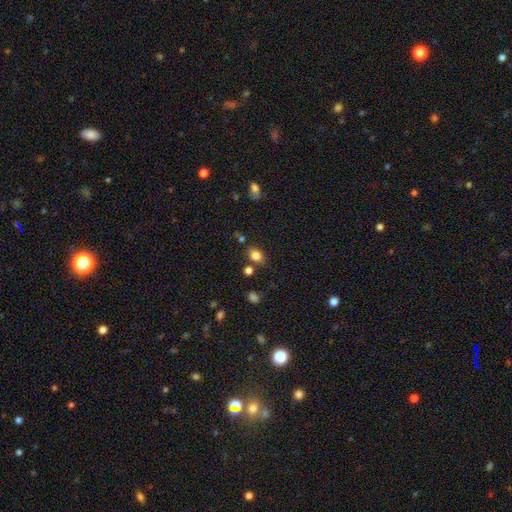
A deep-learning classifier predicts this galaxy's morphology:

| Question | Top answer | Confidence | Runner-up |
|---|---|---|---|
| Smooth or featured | smooth | 81% | star or artifact (12%) |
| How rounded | in between | 62% | round (36%) |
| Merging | none | 75% | minor disturbance (13%) |